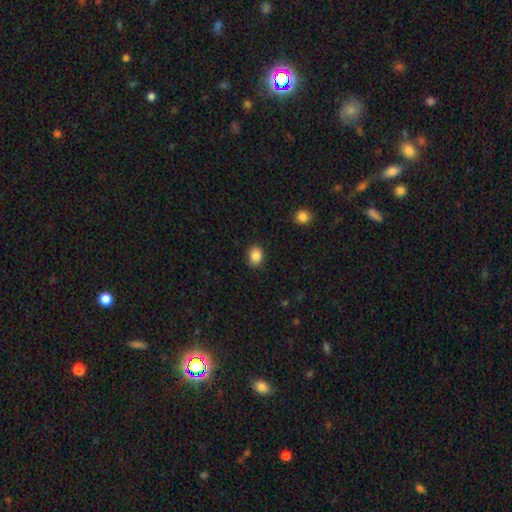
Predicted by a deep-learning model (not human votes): Smooth or featured? smooth (87%)
How rounded? in between (53%)
Merging? none (88%)